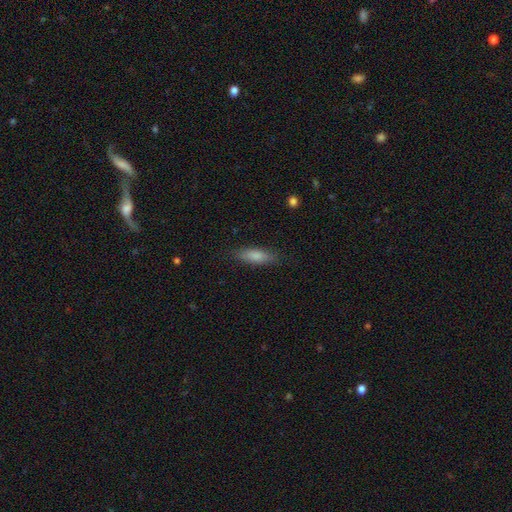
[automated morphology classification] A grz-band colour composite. It shows a smooth galaxy with no disk features (81%) that is cigar-shaped (49%, tied with in between). Merging: none (84%).